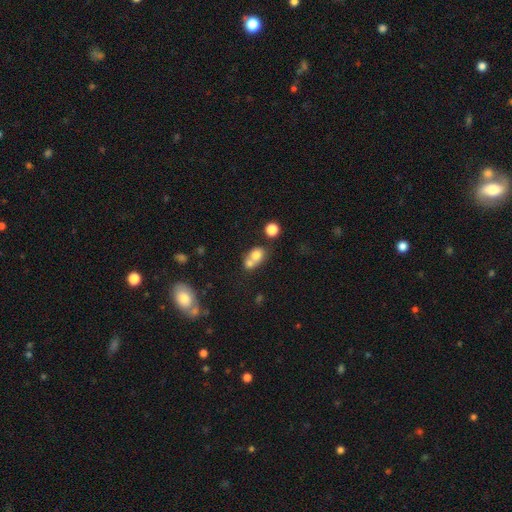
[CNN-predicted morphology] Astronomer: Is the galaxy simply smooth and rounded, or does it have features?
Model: smooth — 73%.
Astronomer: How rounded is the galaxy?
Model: round — 61% (runner-up: in between, 38%).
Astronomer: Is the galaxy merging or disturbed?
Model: merger — 60%.